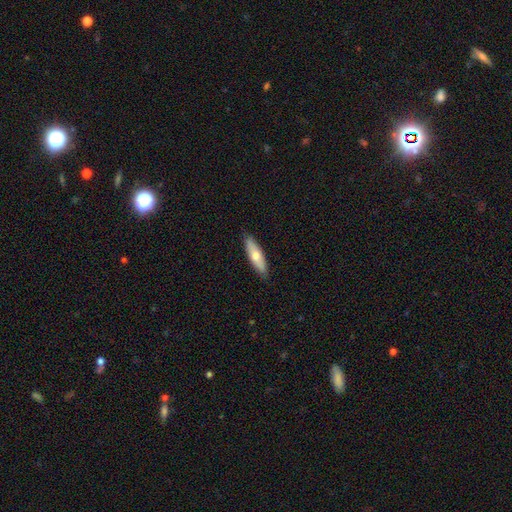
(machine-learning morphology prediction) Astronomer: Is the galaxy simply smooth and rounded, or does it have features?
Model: smooth — 61%.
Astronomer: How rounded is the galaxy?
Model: cigar-shaped — 55% (runner-up: in between, 43%).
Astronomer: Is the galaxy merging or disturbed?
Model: none — 87%.